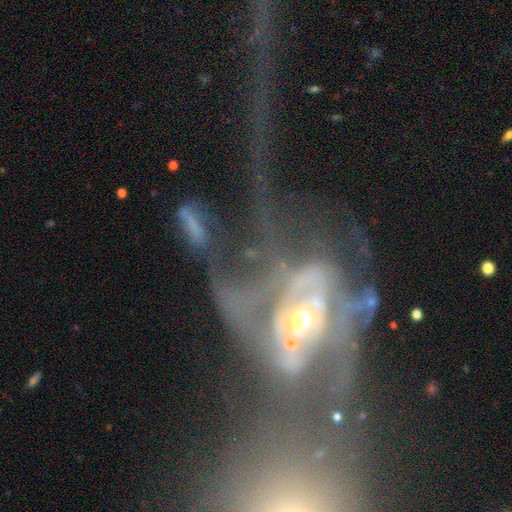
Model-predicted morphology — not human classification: Q: Smooth or featured?
A: featured or disk (78%); runner-up: star or artifact (13%)
Q: Edge-on disk?
A: no (93%); runner-up: yes (7%)
Q: Bar?
A: no (64%); runner-up: weak (24%)
Q: Spiral arms?
A: yes (67%); runner-up: no (33%)
Q: Bulge size?
A: moderate (50%); runner-up: small (37%)
Q: Merging?
A: merger (62%); runner-up: major disturbance (26%)